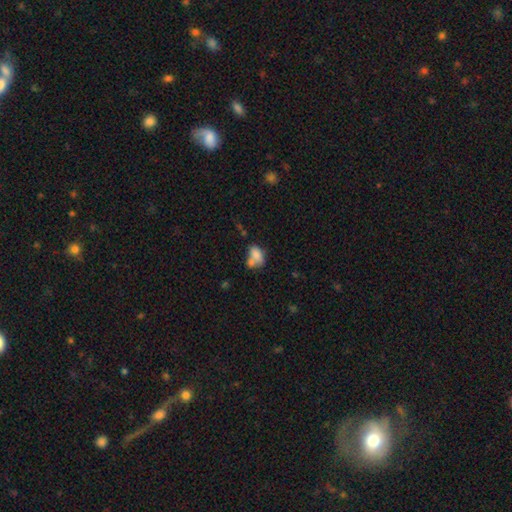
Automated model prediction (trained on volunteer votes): Q: Smooth or featured?
A: smooth (76%); runner-up: featured or disk (15%)
Q: How rounded?
A: in between (84%); runner-up: round (14%)
Q: Merging?
A: merger (48%); runner-up: none (29%)